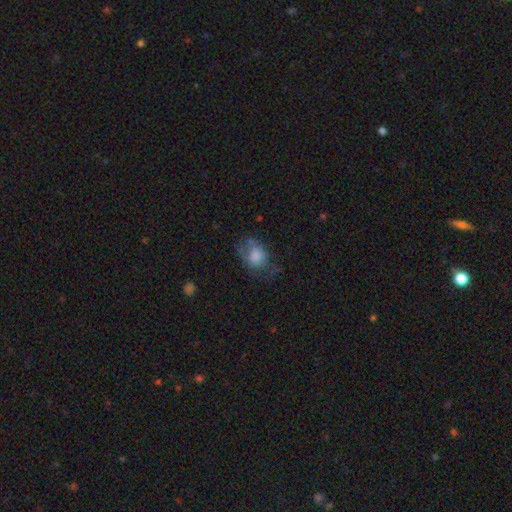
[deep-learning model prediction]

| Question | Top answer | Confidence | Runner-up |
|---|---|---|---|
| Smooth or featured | smooth | 70% | featured or disk (21%) |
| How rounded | in between | 70% | round (29%) |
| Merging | none | 39% | minor disturbance (30%) |